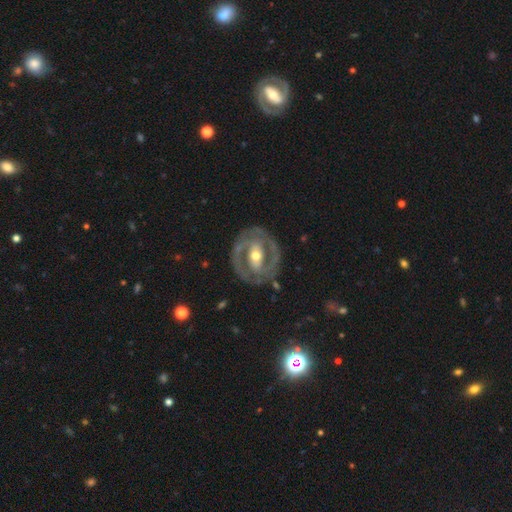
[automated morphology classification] Overall: featured or disk (82%). Edge-on disk: no (96%). Bar: strong (40%; weak 32%). Spiral arms: yes (71%). Spiral arm count: 2 (79%). Spiral winding: tight (52%; medium 37%). Bulge size: moderate (68%). Merging: none (80%).